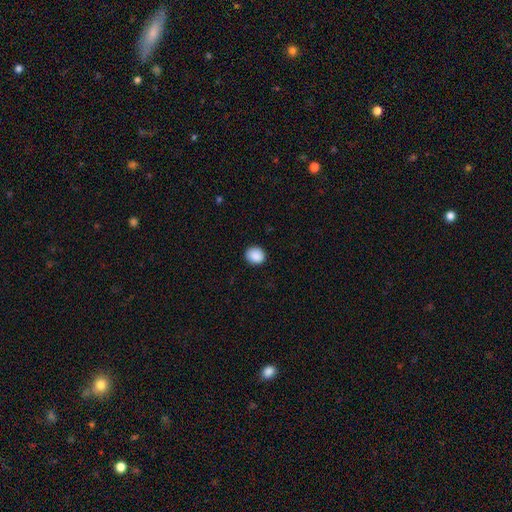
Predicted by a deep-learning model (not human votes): Smooth or featured? Predicted: smooth (p=0.89). How rounded? Predicted: round (p=0.73). Merging? Predicted: none (p=0.89).